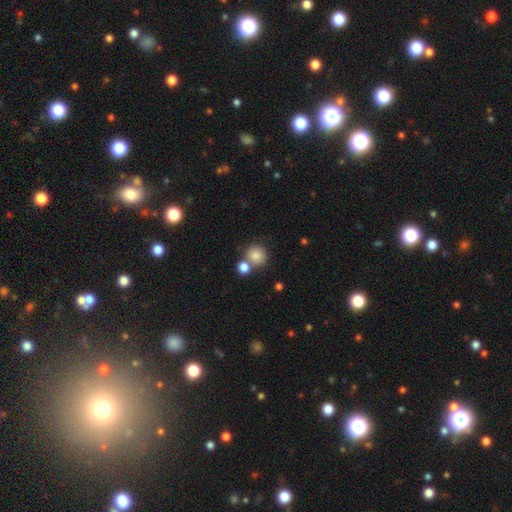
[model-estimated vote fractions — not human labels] Morphology: type=smooth (84%); roundness=round (88%); merging=none (59%).